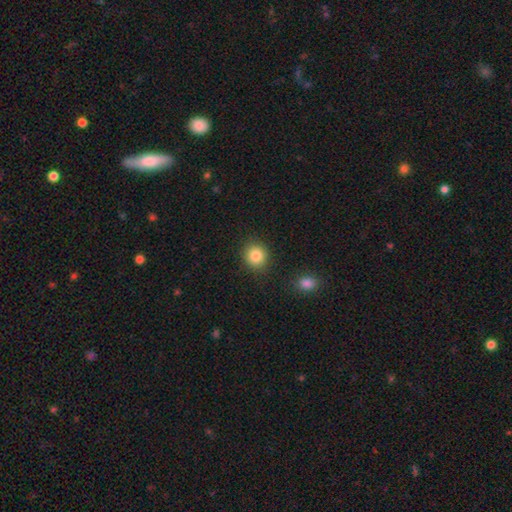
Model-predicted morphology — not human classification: Smooth or featured? Predicted: smooth (p=0.84). How rounded? Predicted: round (p=0.85). Merging? Predicted: none (p=0.88).